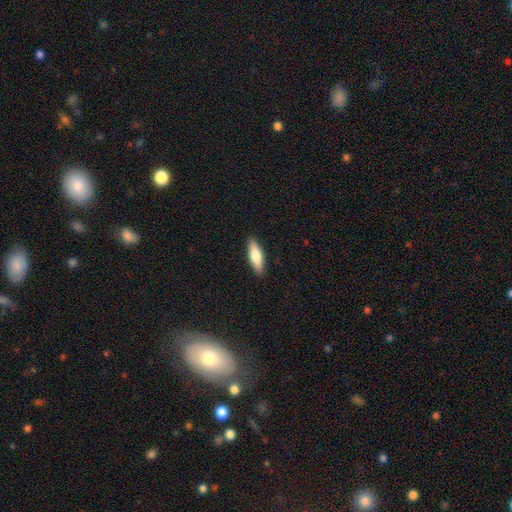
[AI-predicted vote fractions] smooth_or_featured: smooth (p=0.70) [alt: featured or disk p=0.24]
how_rounded: cigar-shaped (p=0.53) [alt: in between p=0.45]
merging: none (p=0.90) [alt: minor disturbance p=0.08]